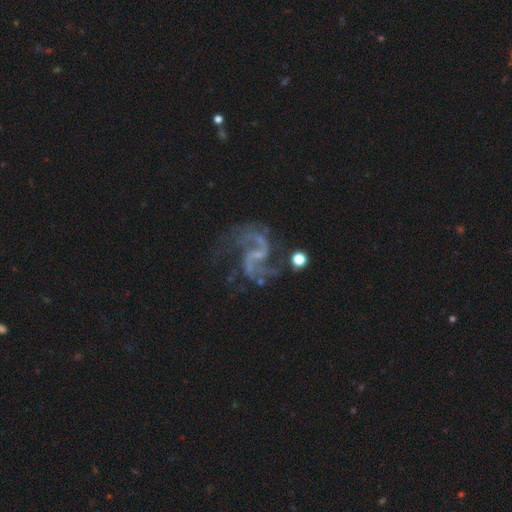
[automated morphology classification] featured or disk 91%, star or artifact 6%, smooth 3%. Down the decision tree: edge-on disk — no (98%); bar — weak (52%); spiral arms — yes (97%); spiral arm count — 2 (91%); spiral winding — loose (54%); bulge size — small (53%); merging — none (59%).